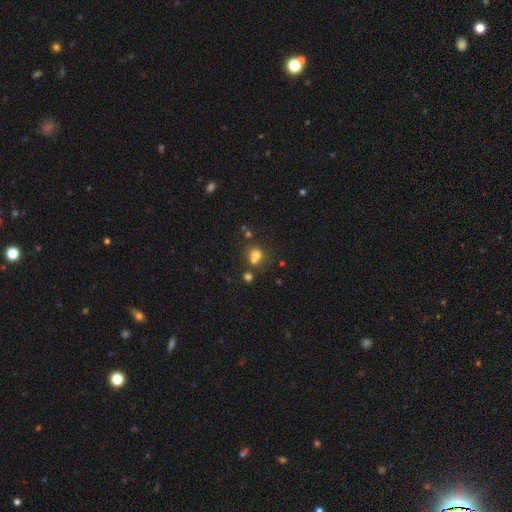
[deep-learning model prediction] This is likely a smooth galaxy (70%). How rounded: clearly round (82%). Merging: possibly none (46%).